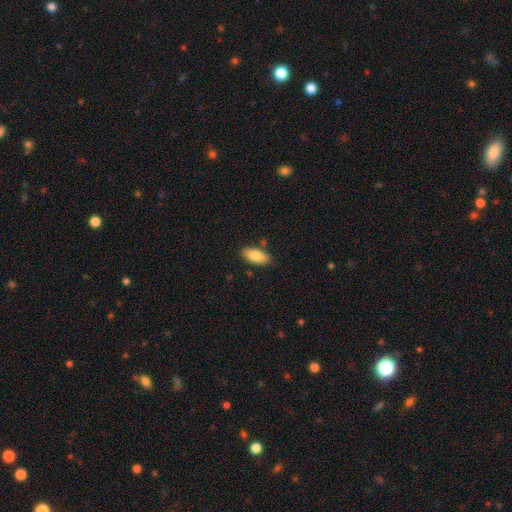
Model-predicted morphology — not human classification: Smooth or featured? Predicted: smooth (p=0.84). How rounded? Predicted: in between (p=0.88). Merging? Predicted: none (p=0.84).